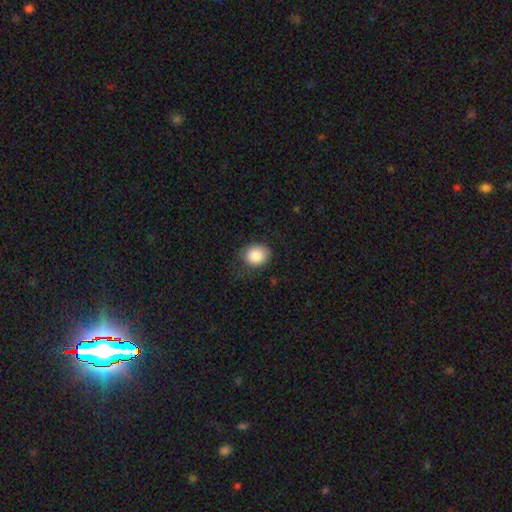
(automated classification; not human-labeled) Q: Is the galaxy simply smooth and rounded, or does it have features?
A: smooth — 87%.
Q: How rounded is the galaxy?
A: round — 66%.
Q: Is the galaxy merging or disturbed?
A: none — 74%.